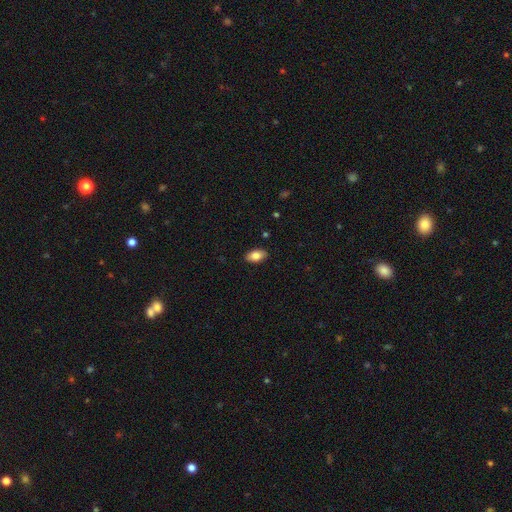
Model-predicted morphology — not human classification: A smooth galaxy with no disk features (83%) that is in between round and cigar-shaped (93%).

Vote fractions:
- Smooth or featured? smooth: 83% / featured or disk: 9% / star or artifact: 7%
- How rounded? in between: 93% / round: 4% / cigar-shaped: 3%
- Merging? none: 89% / minor disturbance: 8% / major disturbance: 2% / merger: 1%